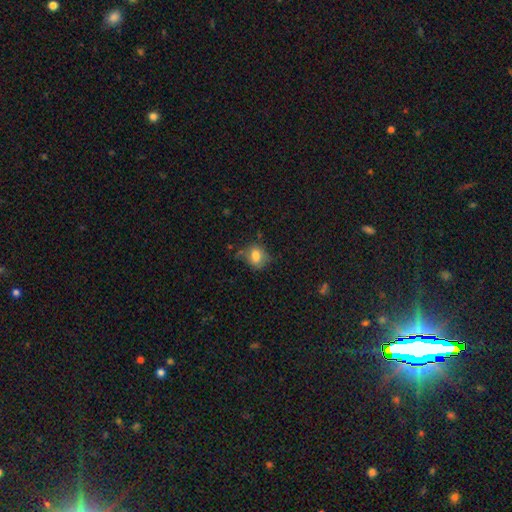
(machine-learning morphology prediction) Smooth or featured?
  - smooth: 79% *
  - featured or disk: 11%
  - star or artifact: 10%
How rounded?
  - in between: 54% *
  - round: 45%
  - cigar-shaped: 1%
Merging?
  - none: 61% *
  - minor disturbance: 27%
  - major disturbance: 9%
  - merger: 3%